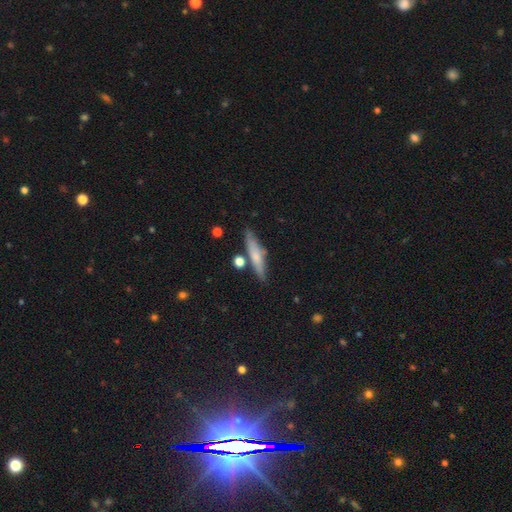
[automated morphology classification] A smooth galaxy with no disk features (62%) that is cigar-shaped (83%).

Vote fractions:
- Smooth or featured? smooth: 62% / featured or disk: 31% / star or artifact: 7%
- How rounded? cigar-shaped: 83% / in between: 14% / round: 3%
- Merging? none: 77% / minor disturbance: 13% / merger: 7% / major disturbance: 3%